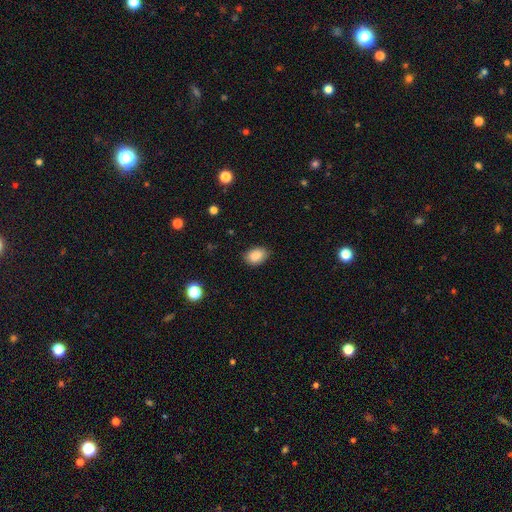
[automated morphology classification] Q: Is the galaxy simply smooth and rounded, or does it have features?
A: smooth — 88%.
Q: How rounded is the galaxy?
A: in between — 81%.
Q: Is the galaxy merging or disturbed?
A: none — 84%.